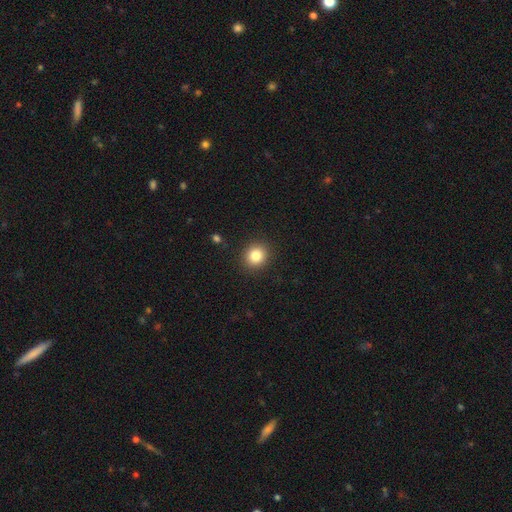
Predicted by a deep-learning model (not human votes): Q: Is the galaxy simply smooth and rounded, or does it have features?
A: smooth — 84%.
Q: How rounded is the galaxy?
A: round — 82%.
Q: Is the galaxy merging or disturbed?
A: none — 91%.